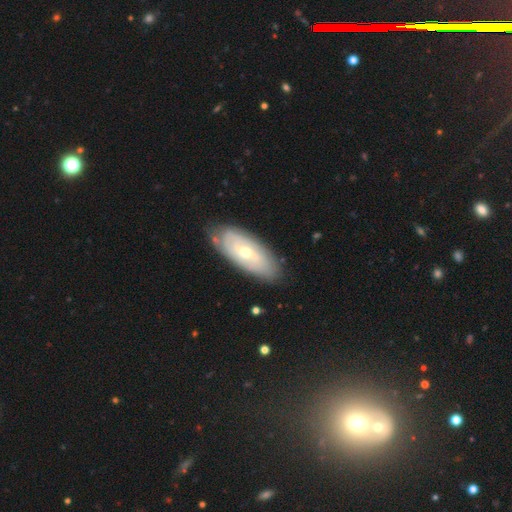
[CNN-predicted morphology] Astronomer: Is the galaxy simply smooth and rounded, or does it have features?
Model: featured or disk — 66%.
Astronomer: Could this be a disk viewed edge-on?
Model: no — 88%.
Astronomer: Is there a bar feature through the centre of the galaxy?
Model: no — 67%.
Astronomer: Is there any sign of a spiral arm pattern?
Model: yes — 75%.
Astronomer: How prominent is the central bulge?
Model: small — 51% (runner-up: moderate, 46%).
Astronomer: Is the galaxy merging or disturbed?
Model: none — 80%.